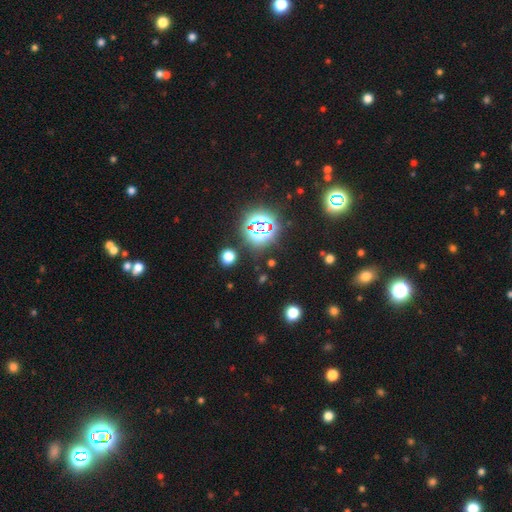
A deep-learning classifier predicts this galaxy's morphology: type=star or artifact (78%).